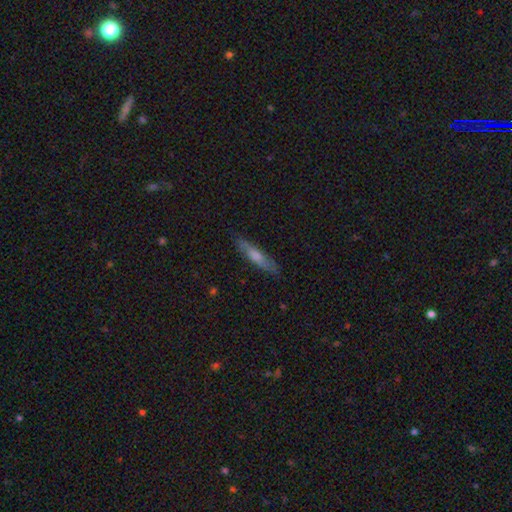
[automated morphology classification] A smooth galaxy with no disk features (58%) that is cigar-shaped (85%). Merging: none (84%).